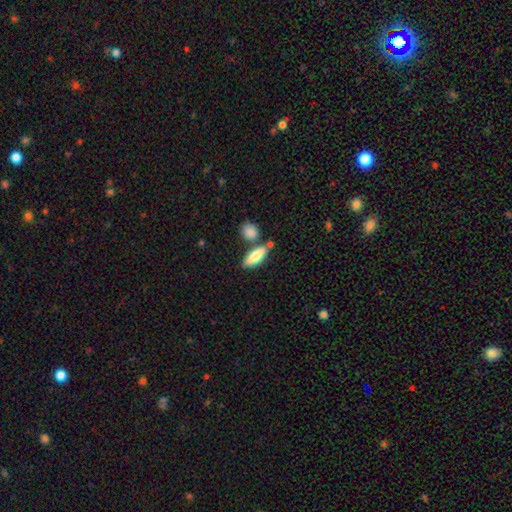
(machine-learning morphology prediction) Q: Smooth or featured?
A: smooth (80%); runner-up: featured or disk (14%)
Q: How rounded?
A: in between (69%); runner-up: cigar-shaped (27%)
Q: Merging?
A: none (63%); runner-up: merger (19%)